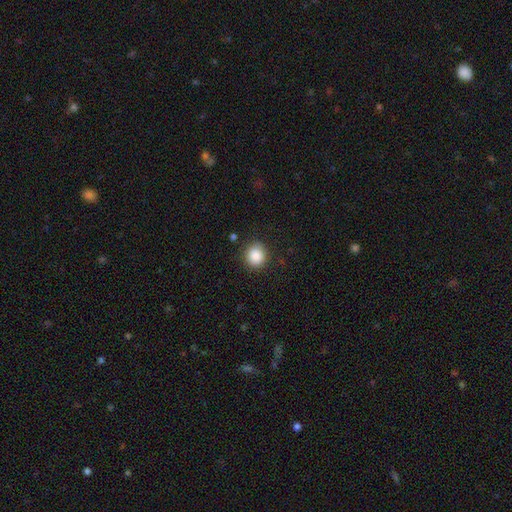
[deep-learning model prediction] A smooth galaxy with no disk features (88%) that is round (87%).

Vote fractions:
- Smooth or featured? smooth: 88% / star or artifact: 9% / featured or disk: 4%
- How rounded? round: 87% / in between: 12% / cigar-shaped: 1%
- Merging? none: 87% / minor disturbance: 9% / major disturbance: 3% / merger: 1%